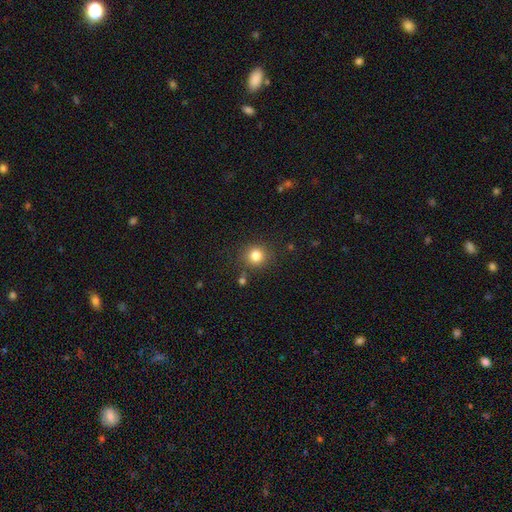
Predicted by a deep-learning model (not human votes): Q: Smooth or featured?
A: smooth (82%); runner-up: star or artifact (12%)
Q: How rounded?
A: round (90%); runner-up: in between (9%)
Q: Merging?
A: none (85%); runner-up: minor disturbance (8%)